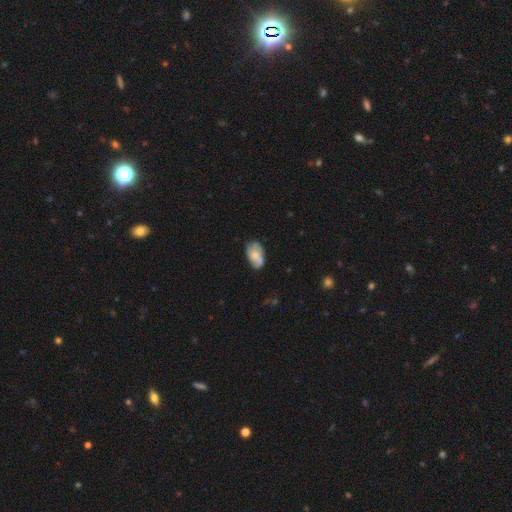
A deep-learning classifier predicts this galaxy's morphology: smooth-or-featured: smooth: 60% | featured or disk: 33% | star or artifact: 7%
  how-rounded: in between: 91% | round: 7% | cigar-shaped: 2%
  merging: none: 52% | minor disturbance: 31% | major disturbance: 8% | merger: 8%